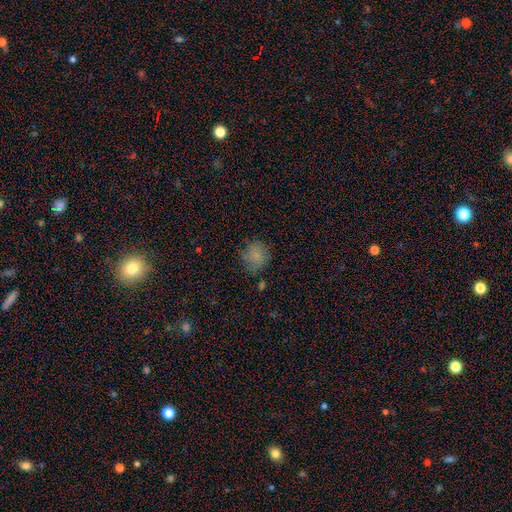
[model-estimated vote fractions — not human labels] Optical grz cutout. It shows a smooth galaxy with no disk features (79%) that is round (81%). Merging: none (71%).